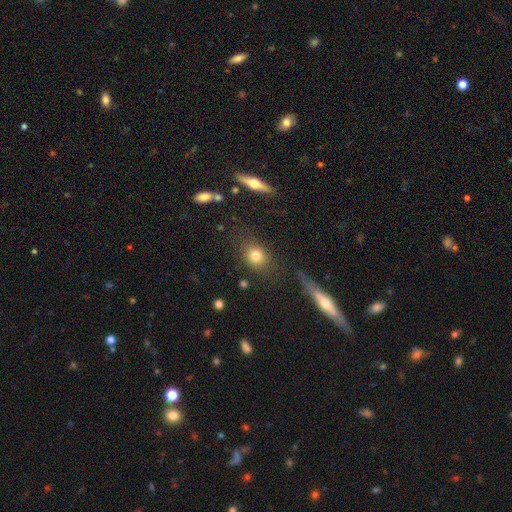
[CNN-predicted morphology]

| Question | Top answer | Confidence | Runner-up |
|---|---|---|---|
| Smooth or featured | smooth | 78% | star or artifact (11%) |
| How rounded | round | 54% | in between (43%) |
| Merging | none | 79% | minor disturbance (12%) |